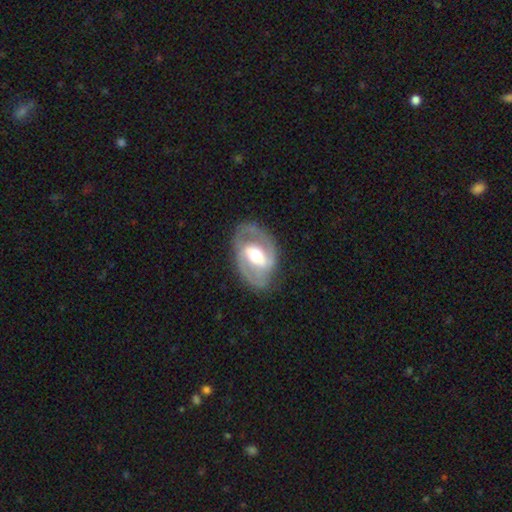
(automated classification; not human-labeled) Smooth or featured? Predicted: featured or disk (p=0.82). Edge-on disk? Predicted: no (p=0.96). Bar? Predicted: strong (p=0.40). Spiral arms? Predicted: yes (p=0.83). Spiral winding? Predicted: medium (p=0.48). Spiral arm count? Predicted: 2 (p=0.86). Bulge size? Predicted: moderate (p=0.68). Merging? Predicted: none (p=0.77).